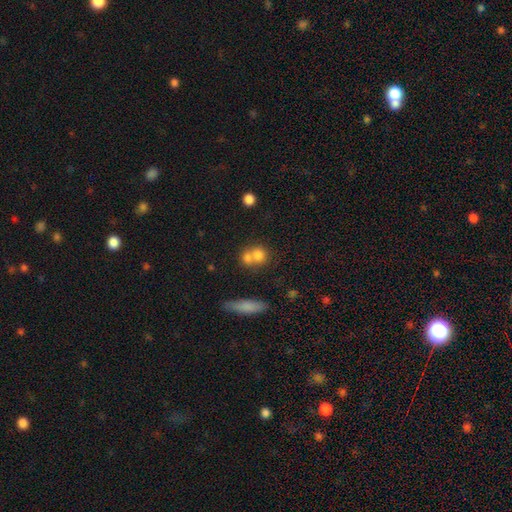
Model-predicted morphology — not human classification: This appears to be a smooth galaxy with no disk features (73%) that is round (73%). Merging: merger (56%).